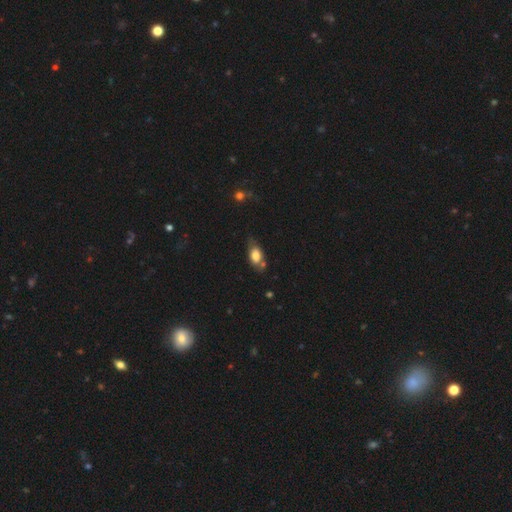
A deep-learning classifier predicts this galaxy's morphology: Smooth or featured?
  - smooth: 74% *
  - featured or disk: 18%
  - star or artifact: 8%
How rounded?
  - in between: 85% *
  - round: 9%
  - cigar-shaped: 6%
Merging?
  - none: 53% *
  - minor disturbance: 27%
  - merger: 12%
  - major disturbance: 8%